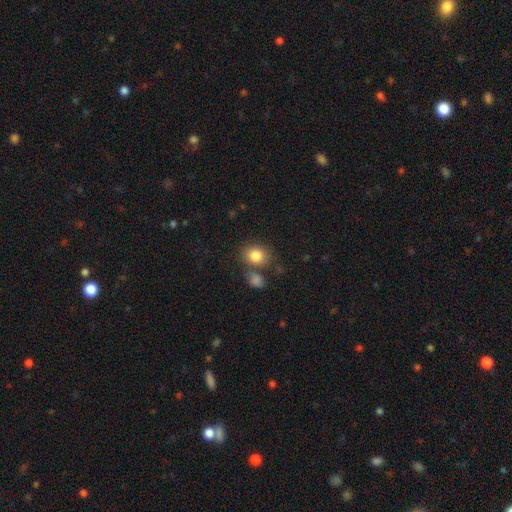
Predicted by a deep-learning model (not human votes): A smooth galaxy with no disk features (84%) that is round (65%).

Vote fractions:
- Smooth or featured? smooth: 84% / star or artifact: 9% / featured or disk: 7%
- How rounded? round: 65% / in between: 34% / cigar-shaped: 1%
- Merging? none: 66% / merger: 17% / minor disturbance: 12% / major disturbance: 4%